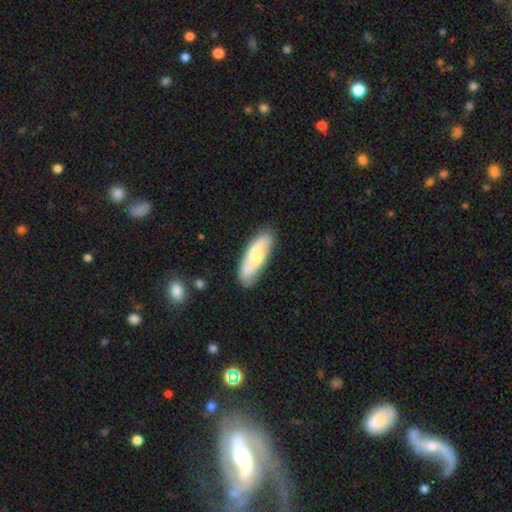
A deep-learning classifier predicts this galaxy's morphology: A featured or disk galaxy (48%). Merging: none (76%).